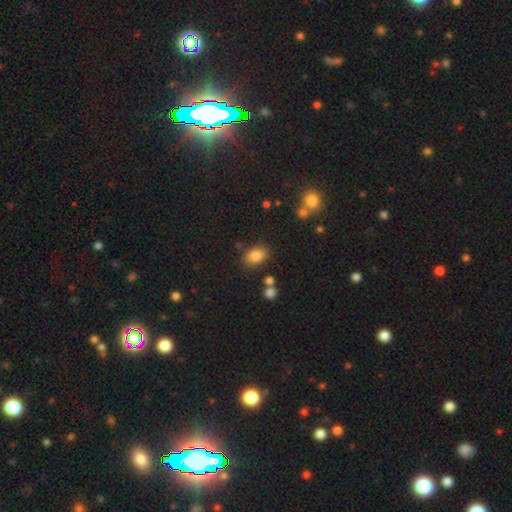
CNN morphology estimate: type=smooth (84%); roundness=in between (82%); merging=none (78%).